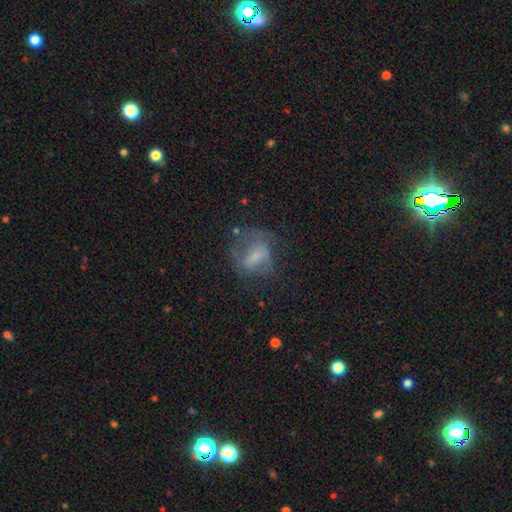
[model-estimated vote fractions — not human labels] smooth-or-featured: featured or disk: 51% | smooth: 38% | star or artifact: 11%
  disk-edge-on: no: 96% | yes: 4%
  merging: none: 44% | major disturbance: 30% | minor disturbance: 23% | merger: 3%